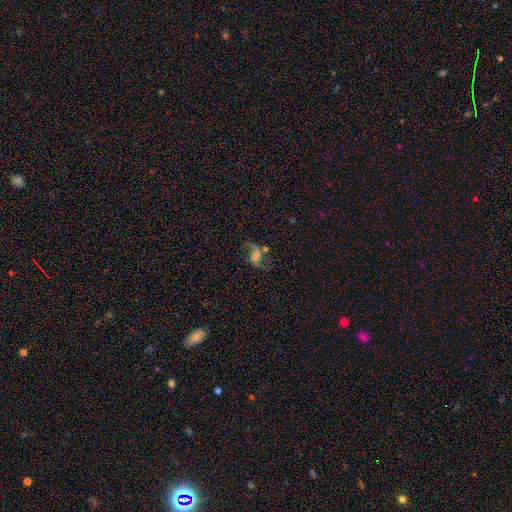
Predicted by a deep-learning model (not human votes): smooth_or_featured: featured or disk (p=0.83) [alt: smooth p=0.09]
disk_edge_on: no (p=0.97) [alt: yes p=0.03]
bar: no (p=0.48) [alt: weak p=0.38]
has_spiral_arms: yes (p=0.95) [alt: no p=0.05]
spiral_winding: loose (p=0.76) [alt: medium p=0.20]
spiral_arm_count: 2 (p=0.91) [alt: 1 p=0.04]
bulge_size: small (p=0.42) [alt: moderate p=0.41]
merging: none (p=0.70) [alt: minor disturbance p=0.15]